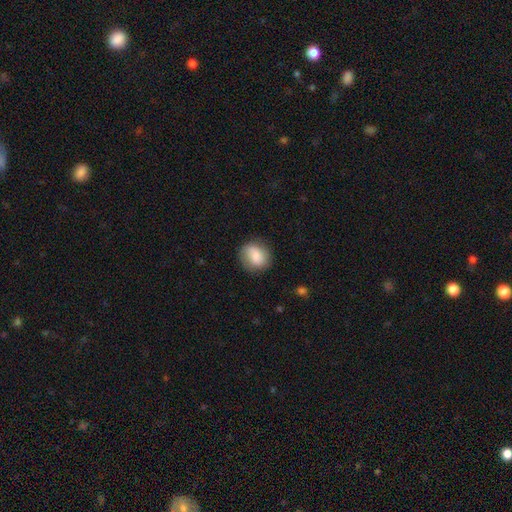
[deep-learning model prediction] A smooth galaxy with no disk features (80%) that is round (68%).

Vote fractions:
- Smooth or featured? smooth: 80% / featured or disk: 13% / star or artifact: 7%
- How rounded? round: 68% / in between: 31% / cigar-shaped: 1%
- Merging? none: 80% / minor disturbance: 14% / major disturbance: 4% / merger: 1%